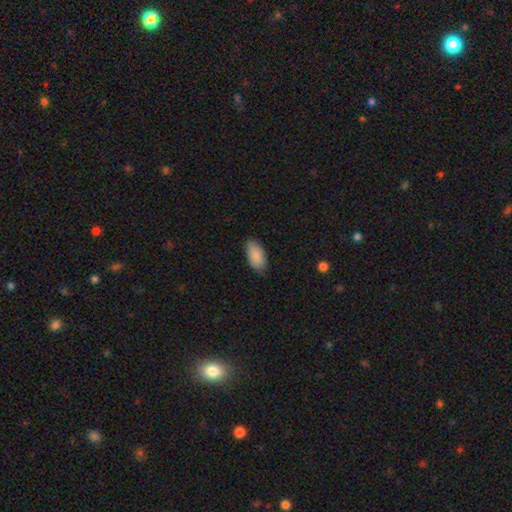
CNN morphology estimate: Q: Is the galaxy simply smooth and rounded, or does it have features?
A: smooth — 88%.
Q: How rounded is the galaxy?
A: in between — 93%.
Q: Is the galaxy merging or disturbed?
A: none — 78%.